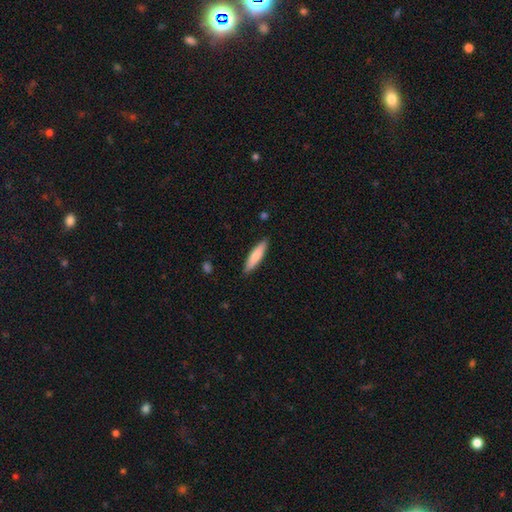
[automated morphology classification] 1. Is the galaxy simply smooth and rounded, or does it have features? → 80% smooth, 15% featured or disk, 5% star or artifact.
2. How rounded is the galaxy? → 78% cigar-shaped, 21% in between, 1% round.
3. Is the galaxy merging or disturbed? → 89% none, 9% minor disturbance, 2% major disturbance, 1% merger.